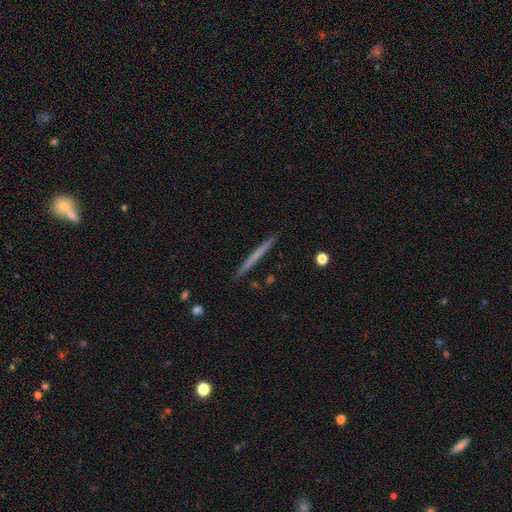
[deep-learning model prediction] A smooth galaxy with no disk features (56%) that is cigar-shaped (97%).

Vote fractions:
- Smooth or featured? smooth: 56% / featured or disk: 39% / star or artifact: 6%
- How rounded? cigar-shaped: 97% / in between: 2% / round: 1%
- Merging? none: 92% / minor disturbance: 6% / merger: 1% / major disturbance: 1%